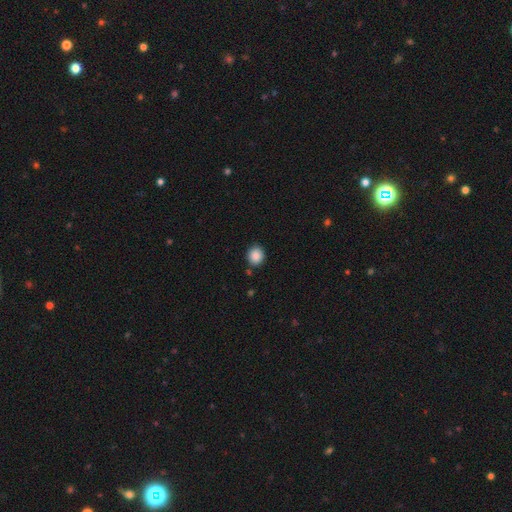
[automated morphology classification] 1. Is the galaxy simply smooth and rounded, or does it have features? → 88% smooth, 9% star or artifact, 3% featured or disk.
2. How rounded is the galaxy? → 83% round, 16% in between, 1% cigar-shaped.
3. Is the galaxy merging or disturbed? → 85% none, 10% minor disturbance, 3% merger, 2% major disturbance.